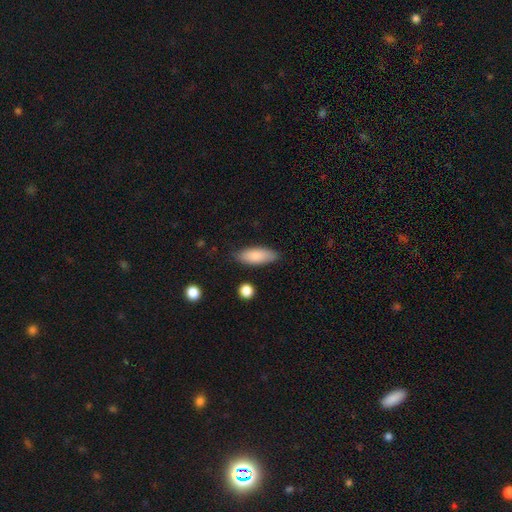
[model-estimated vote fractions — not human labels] Smooth or featured? smooth (86%)
How rounded? in between (74%)
Merging? none (82%)